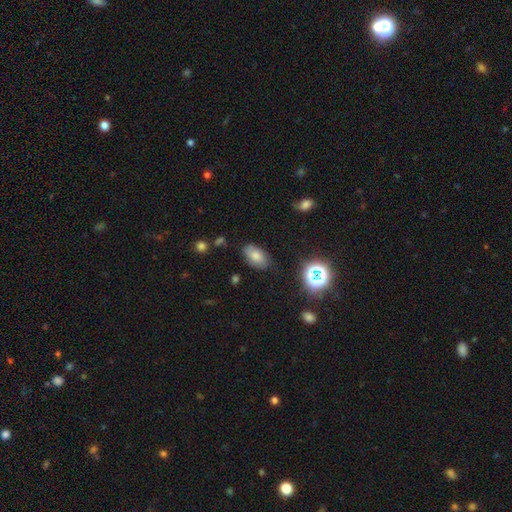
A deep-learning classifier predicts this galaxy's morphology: Smooth or featured? Predicted: smooth (p=0.77). How rounded? Predicted: in between (p=0.91). Merging? Predicted: none (p=0.79).